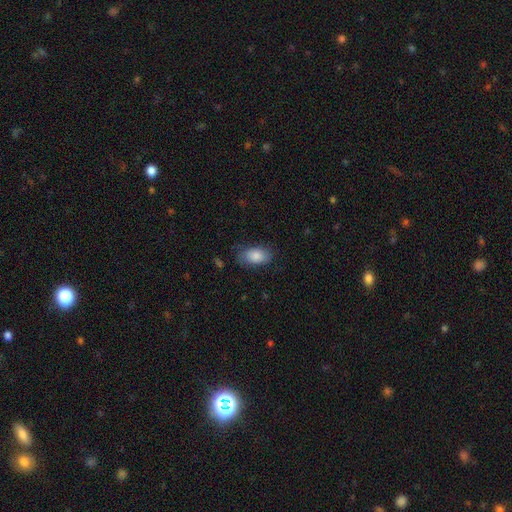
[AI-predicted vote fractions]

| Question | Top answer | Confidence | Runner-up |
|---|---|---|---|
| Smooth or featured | smooth | 83% | featured or disk (11%) |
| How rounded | in between | 91% | round (7%) |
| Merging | none | 71% | minor disturbance (21%) |